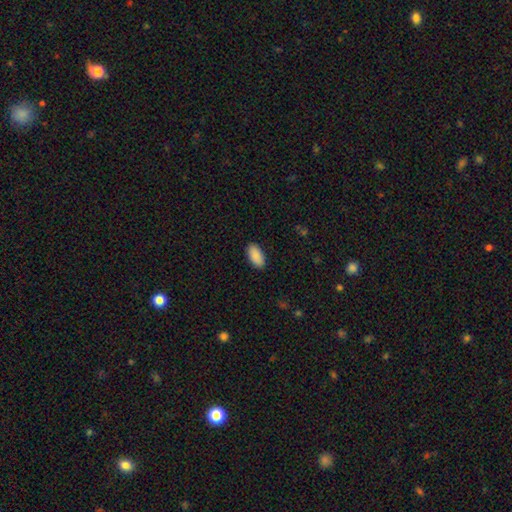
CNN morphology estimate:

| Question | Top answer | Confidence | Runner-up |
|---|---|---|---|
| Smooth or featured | smooth | 91% | star or artifact (6%) |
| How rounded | in between | 95% | cigar-shaped (3%) |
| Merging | none | 90% | minor disturbance (7%) |